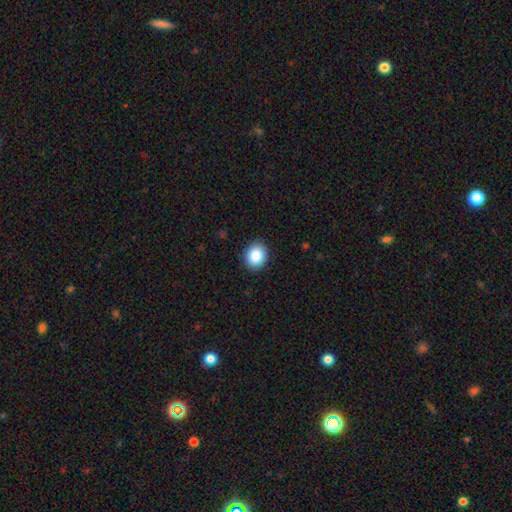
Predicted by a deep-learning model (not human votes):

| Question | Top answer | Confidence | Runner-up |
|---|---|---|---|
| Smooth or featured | smooth | 86% | star or artifact (8%) |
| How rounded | round | 61% | in between (39%) |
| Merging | none | 91% | minor disturbance (7%) |